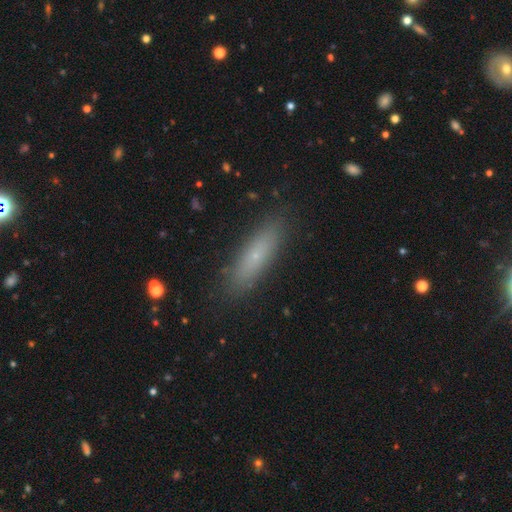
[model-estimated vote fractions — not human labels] Smooth or featured? smooth (66%)
How rounded? cigar-shaped (67%)
Merging? none (88%)